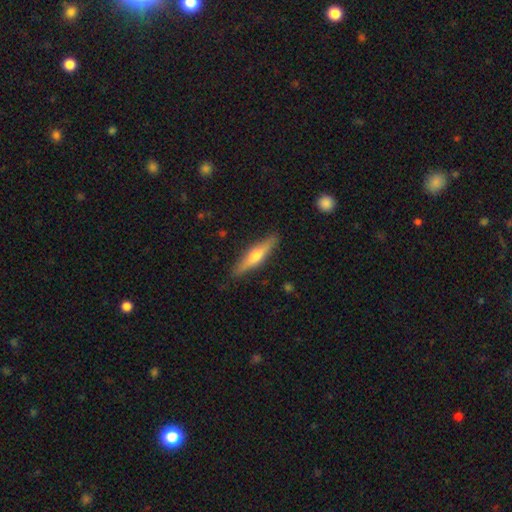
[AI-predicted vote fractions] smooth-or-featured: featured or disk: 51% | smooth: 43% | star or artifact: 6%
  disk-edge-on: yes: 95% | no: 5%
  merging: none: 88% | minor disturbance: 9% | major disturbance: 2% | merger: 1%